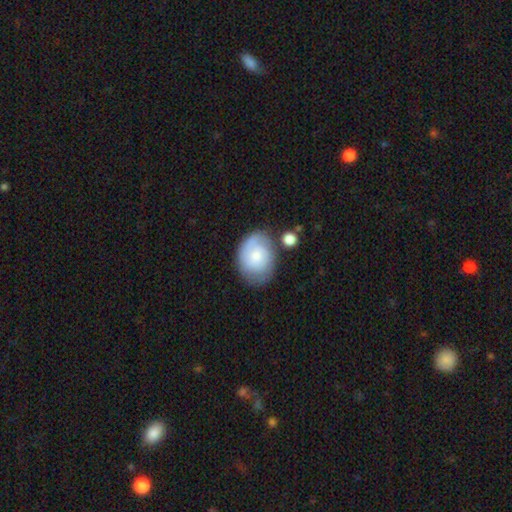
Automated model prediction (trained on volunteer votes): Smooth or featured? Predicted: smooth (p=0.53). How rounded? Predicted: in between (p=0.56). Merging? Predicted: none (p=0.58).